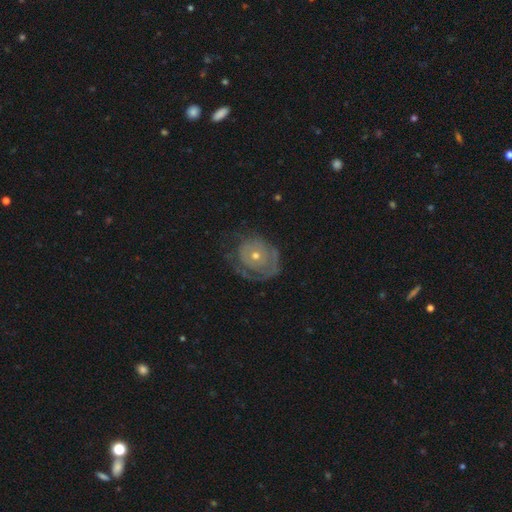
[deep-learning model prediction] This is likely a featured or disk galaxy (70%). It is clearly not viewed edge-on (97%). Bar: clearly no (86%). Spiral arm pattern: likely yes (68%). Central bulge: possibly small (57%). Merging: possibly none (57%).